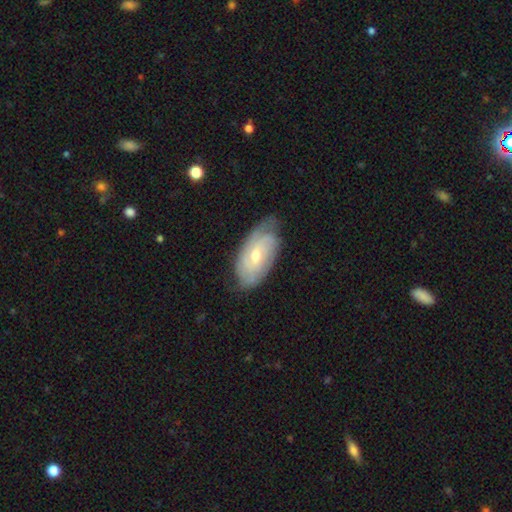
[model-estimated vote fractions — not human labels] Smooth or featured? Predicted: featured or disk (p=0.69). Edge-on disk? Predicted: no (p=0.93). Bar? Predicted: no (p=0.56). Spiral arms? Predicted: yes (p=0.89). Spiral winding? Predicted: tight (p=0.63). Spiral arm count? Predicted: can't tell (p=0.42). Bulge size? Predicted: moderate (p=0.50). Merging? Predicted: none (p=0.69).